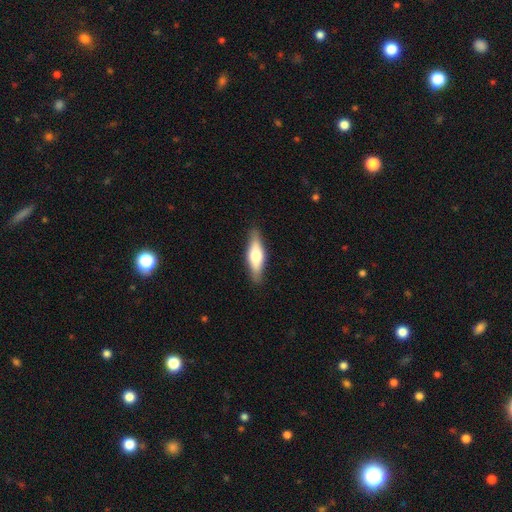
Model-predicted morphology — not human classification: Smooth or featured? smooth (54%)
How rounded? cigar-shaped (50%)
Merging? none (87%)